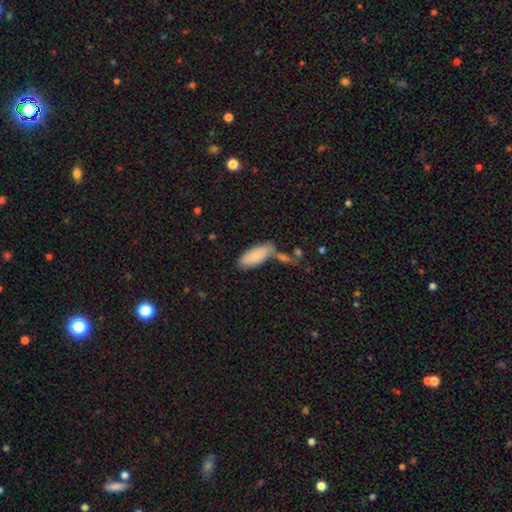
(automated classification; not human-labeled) The model was most divided on "merging": none: 54%, merger: 22%, minor disturbance: 19%, major disturbance: 5%. More confident: how rounded — in between (81%); smooth or featured — smooth (80%).